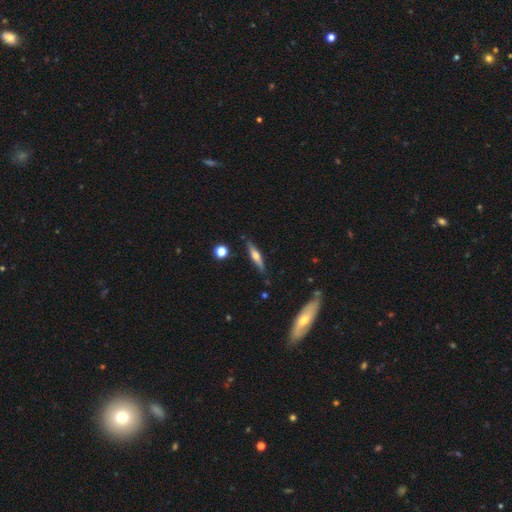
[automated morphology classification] Overall: featured or disk (60%; smooth 33%). Edge-on disk: yes (95%). Edge-on bulge: rounded (91%). Merging: none (85%).